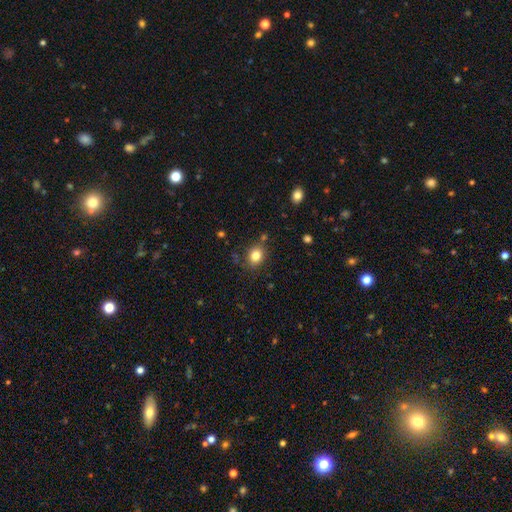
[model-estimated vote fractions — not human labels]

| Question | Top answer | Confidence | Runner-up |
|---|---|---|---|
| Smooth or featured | smooth | 81% | star or artifact (11%) |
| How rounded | round | 58% | in between (41%) |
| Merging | none | 79% | minor disturbance (13%) |